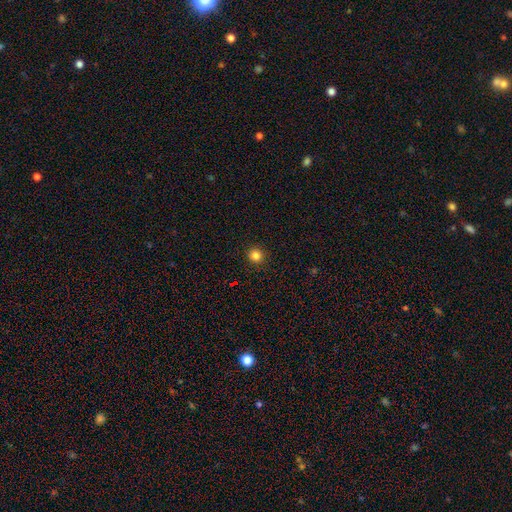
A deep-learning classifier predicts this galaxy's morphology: Overall: smooth (83%). How rounded: round (94%). Merging: none (93%).